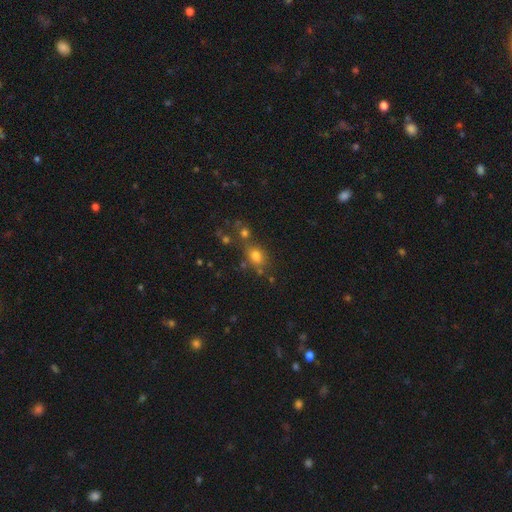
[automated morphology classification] Smooth or featured? Predicted: smooth (p=0.70). How rounded? Predicted: round (p=0.51). Merging? Predicted: none (p=0.58).